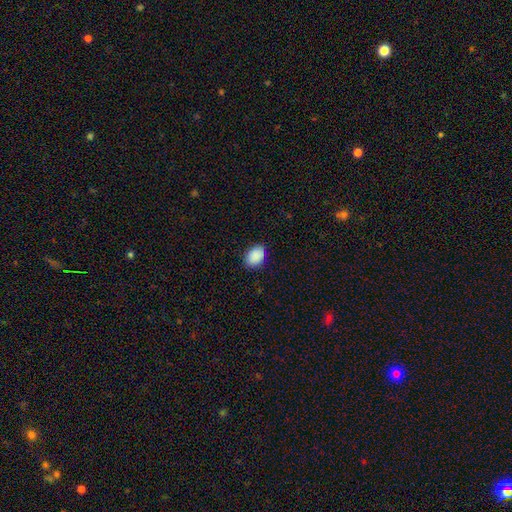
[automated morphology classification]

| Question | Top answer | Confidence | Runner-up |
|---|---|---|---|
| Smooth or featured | smooth | 90% | star or artifact (7%) |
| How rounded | in between | 79% | round (20%) |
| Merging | none | 84% | minor disturbance (13%) |